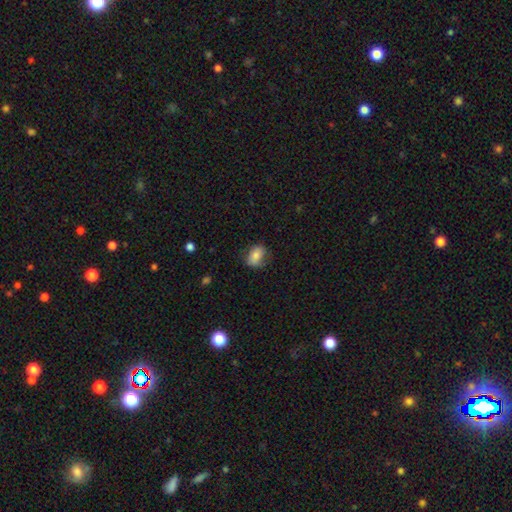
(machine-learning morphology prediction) Smooth or featured?
  - smooth: 78% *
  - featured or disk: 14%
  - star or artifact: 8%
How rounded?
  - in between: 76% *
  - round: 22%
  - cigar-shaped: 2%
Merging?
  - none: 69% *
  - minor disturbance: 22%
  - major disturbance: 7%
  - merger: 1%